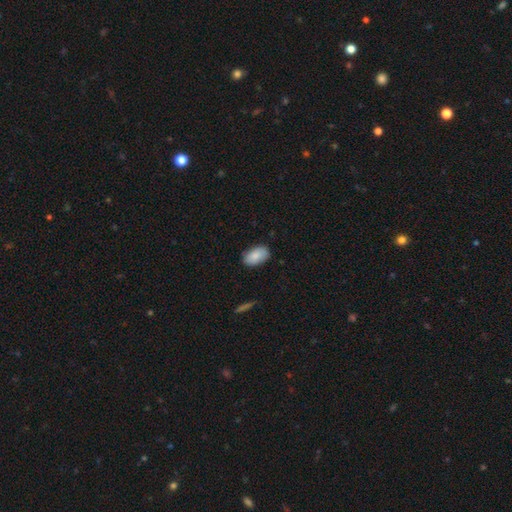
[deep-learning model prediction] A smooth galaxy with no disk features (87%) that is in between round and cigar-shaped (93%). Merging: none (82%).